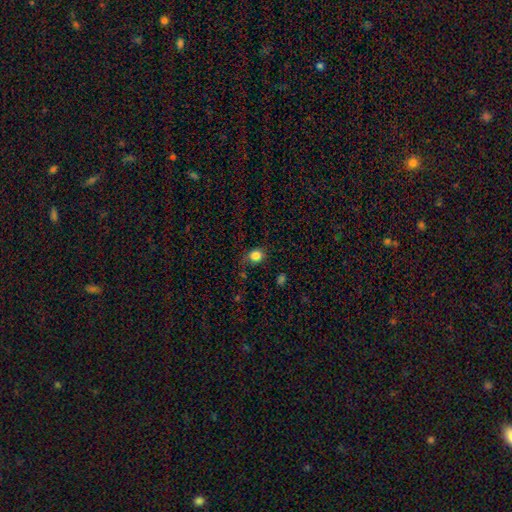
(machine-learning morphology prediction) Smooth or featured?
  - smooth: 83% *
  - star or artifact: 12%
  - featured or disk: 5%
How rounded?
  - round: 76% *
  - in between: 23%
  - cigar-shaped: 1%
Merging?
  - none: 75% *
  - minor disturbance: 18%
  - major disturbance: 5%
  - merger: 2%